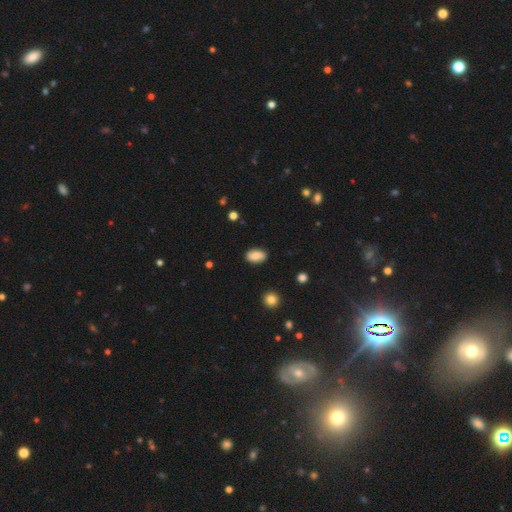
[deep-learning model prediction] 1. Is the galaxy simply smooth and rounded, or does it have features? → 85% smooth, 8% star or artifact, 8% featured or disk.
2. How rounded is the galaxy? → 92% in between, 7% round, 2% cigar-shaped.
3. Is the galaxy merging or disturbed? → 87% none, 10% minor disturbance, 2% major disturbance, 1% merger.